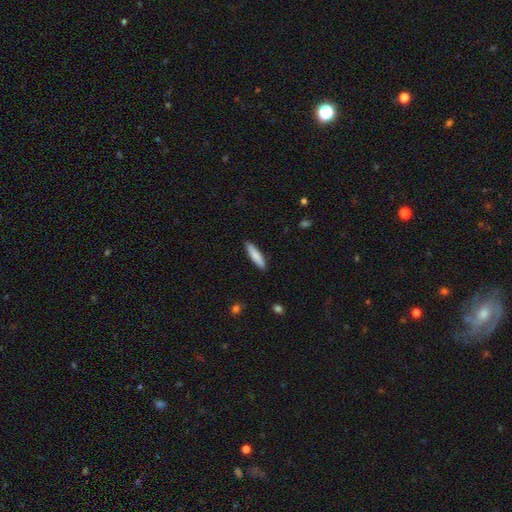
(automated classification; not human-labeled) A smooth galaxy with no disk features (80%) that is cigar-shaped (82%).

Vote fractions:
- Smooth or featured? smooth: 80% / featured or disk: 15% / star or artifact: 6%
- How rounded? cigar-shaped: 82% / in between: 17% / round: 1%
- Merging? none: 90% / minor disturbance: 8% / major disturbance: 2% / merger: 1%